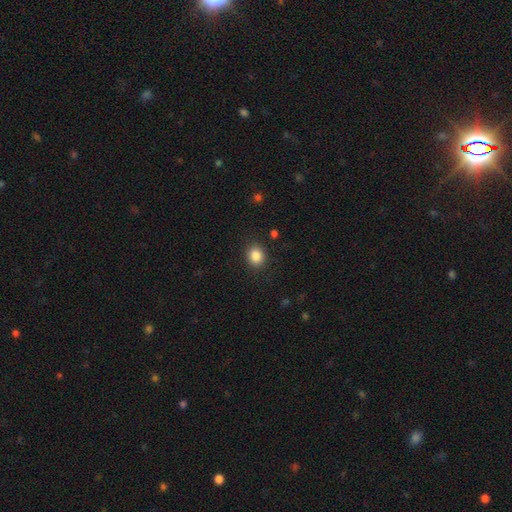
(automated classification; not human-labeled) Smooth or featured?
  - smooth: 86% *
  - star or artifact: 10%
  - featured or disk: 4%
How rounded?
  - round: 69% *
  - in between: 30%
  - cigar-shaped: 1%
Merging?
  - none: 89% *
  - minor disturbance: 7%
  - major disturbance: 3%
  - merger: 1%